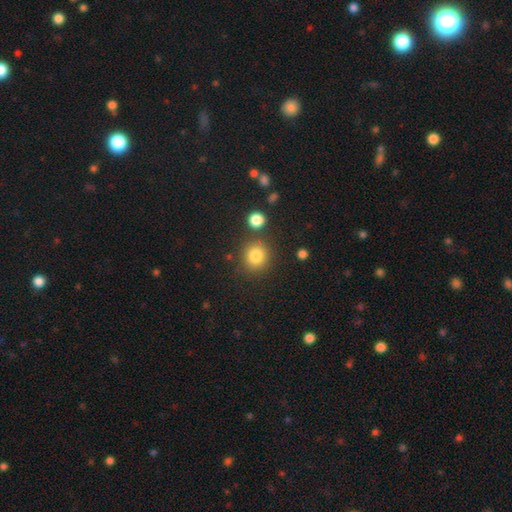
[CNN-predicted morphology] The model was most divided on "smooth or featured": smooth: 83%, star or artifact: 11%, featured or disk: 6%. More confident: how rounded — round (87%); merging — none (80%).